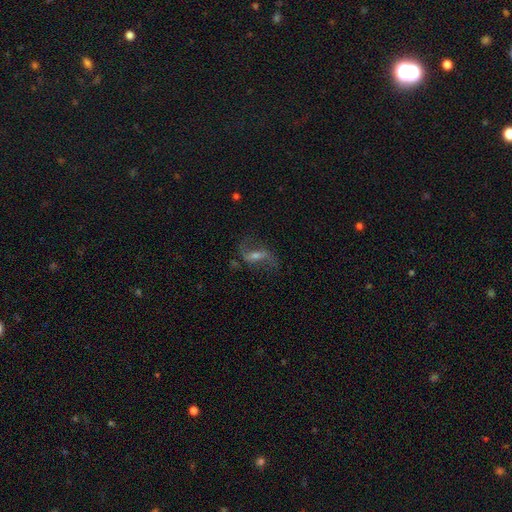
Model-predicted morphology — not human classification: A featured or disk galaxy (80%) with a weak bar (43%), 2 (90%) loose (78%) spiral arms (92%) and a small central bulge (45%).

Vote fractions:
- Smooth or featured? featured or disk: 80% / smooth: 10% / star or artifact: 10%
- Edge-on disk? no: 93% / yes: 7%
- Bar? weak: 43% / strong: 34% / no: 23%
- Spiral arms? yes: 92% / no: 8%
- Spiral winding? loose: 78% / medium: 17% / tight: 4%
- Spiral arm count? 2: 90% / 1: 4% / can't tell: 3% / 3: 1% / 4: 1% / more than 4: 1%
- Bulge size? small: 45% / moderate: 42% / none: 7% / large: 4% / dominant: 1%
- Merging? none: 71% / minor disturbance: 14% / major disturbance: 13% / merger: 2%